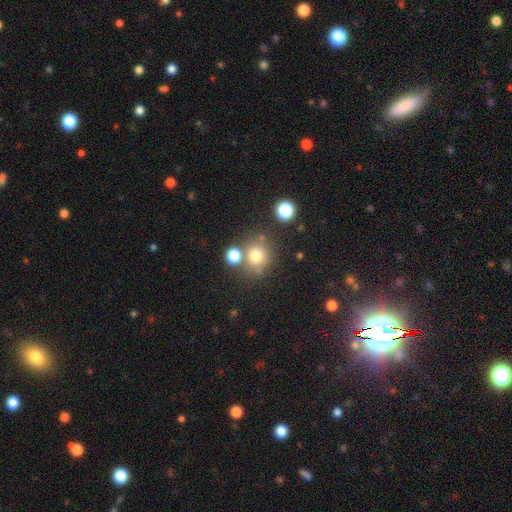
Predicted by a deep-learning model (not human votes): smooth_or_featured: smooth (p=0.74) [alt: star or artifact p=0.16]
how_rounded: round (p=0.87) [alt: in between p=0.12]
merging: none (p=0.67) [alt: merger p=0.19]